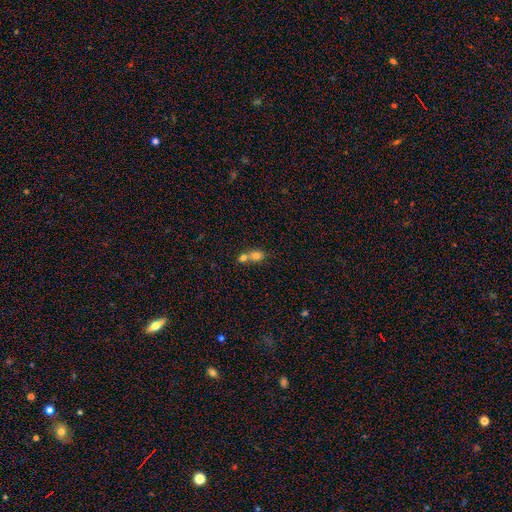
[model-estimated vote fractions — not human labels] Q: Smooth or featured?
A: smooth (74%); runner-up: featured or disk (15%)
Q: How rounded?
A: round (56%); runner-up: in between (41%)
Q: Merging?
A: merger (68%); runner-up: none (24%)